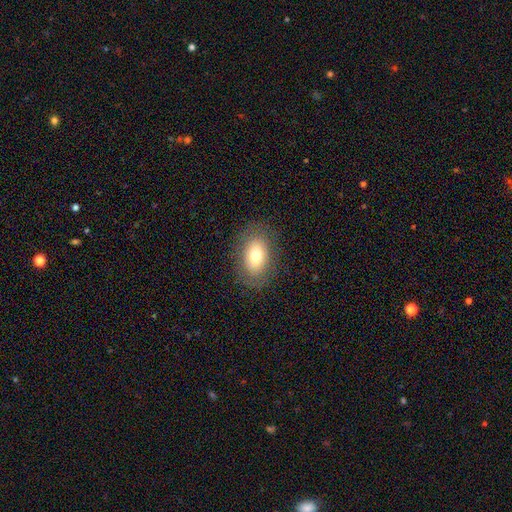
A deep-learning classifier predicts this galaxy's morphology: Smooth or featured: smooth — 72% (featured or disk — 19%)
How rounded: in between — 85% (round — 13%)
Merging: none — 83% (minor disturbance — 11%)